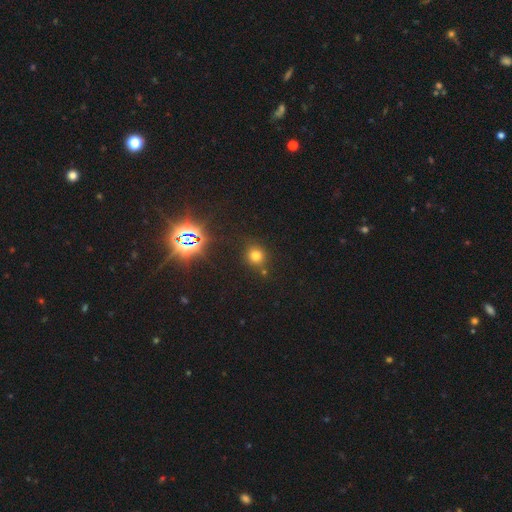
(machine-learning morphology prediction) Smooth or featured: smooth — 70% (star or artifact — 23%)
How rounded: round — 86% (in between — 12%)
Merging: none — 77% (minor disturbance — 11%)